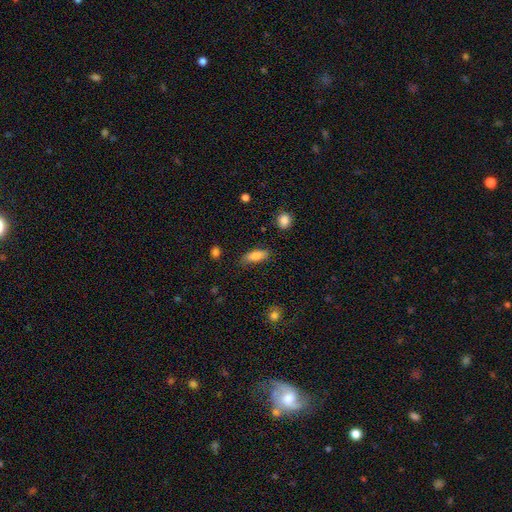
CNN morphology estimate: A smooth galaxy with no disk features (83%) that is in between round and cigar-shaped (76%).

Vote fractions:
- Smooth or featured? smooth: 83% / featured or disk: 10% / star or artifact: 7%
- How rounded? in between: 76% / cigar-shaped: 22% / round: 3%
- Merging? none: 77% / minor disturbance: 17% / major disturbance: 4% / merger: 2%